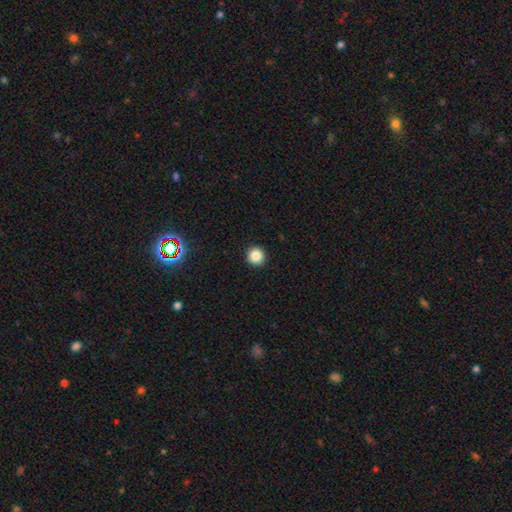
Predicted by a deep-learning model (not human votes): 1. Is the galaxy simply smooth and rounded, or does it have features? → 86% smooth, 11% star or artifact, 4% featured or disk.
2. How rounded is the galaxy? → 95% round, 4% in between, 1% cigar-shaped.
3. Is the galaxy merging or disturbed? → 93% none, 4% minor disturbance, 2% major disturbance, 1% merger.